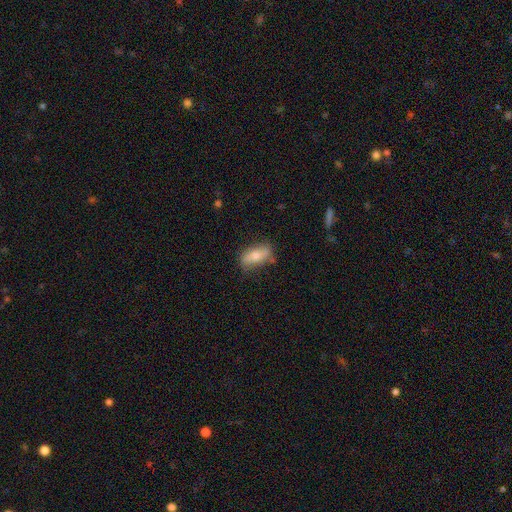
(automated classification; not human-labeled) Q: Smooth or featured?
A: smooth (67%); runner-up: featured or disk (26%)
Q: How rounded?
A: in between (79%); runner-up: cigar-shaped (17%)
Q: Merging?
A: none (73%); runner-up: minor disturbance (20%)